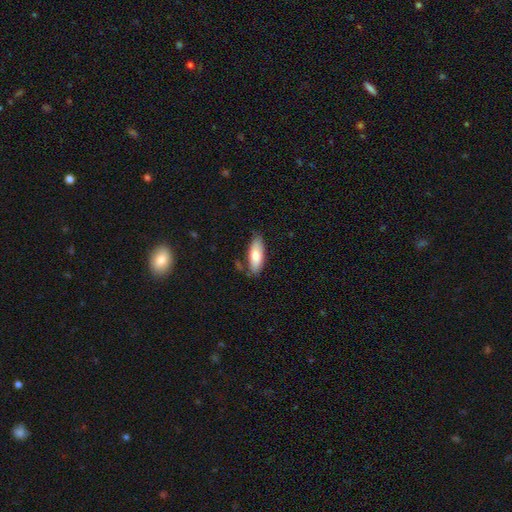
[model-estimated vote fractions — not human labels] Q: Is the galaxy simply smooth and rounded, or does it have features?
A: smooth — 82%.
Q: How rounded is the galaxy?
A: in between — 73%.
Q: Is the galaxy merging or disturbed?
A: none — 74%.